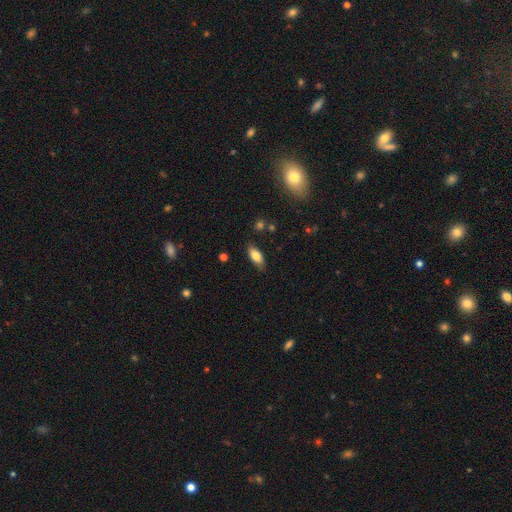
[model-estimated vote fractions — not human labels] Q: Smooth or featured?
A: smooth (77%); runner-up: featured or disk (15%)
Q: How rounded?
A: in between (84%); runner-up: cigar-shaped (13%)
Q: Merging?
A: none (83%); runner-up: minor disturbance (13%)